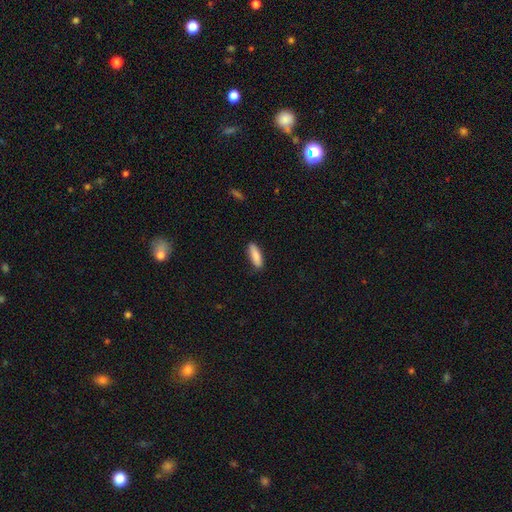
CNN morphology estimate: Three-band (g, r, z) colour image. It shows a smooth galaxy with no disk features (87%) that is cigar-shaped (53%). Merging: none (85%).